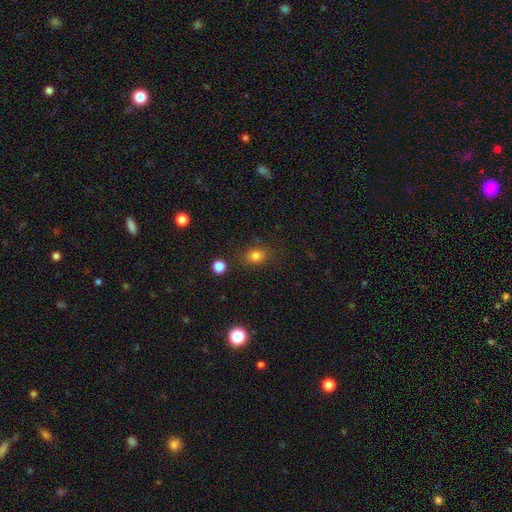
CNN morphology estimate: This is clearly a smooth galaxy (81%). How rounded: possibly round (50%). Merging: clearly none (80%).